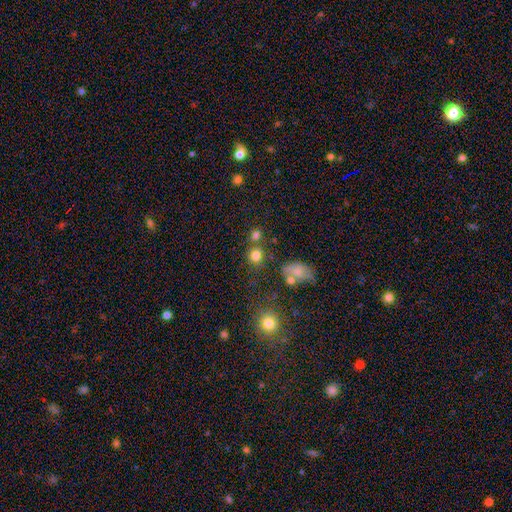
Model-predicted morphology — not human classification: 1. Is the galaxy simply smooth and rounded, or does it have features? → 78% smooth, 14% star or artifact, 7% featured or disk.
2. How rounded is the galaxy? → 83% round, 16% in between, 1% cigar-shaped.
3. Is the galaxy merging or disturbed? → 67% none, 18% merger, 10% minor disturbance, 4% major disturbance.